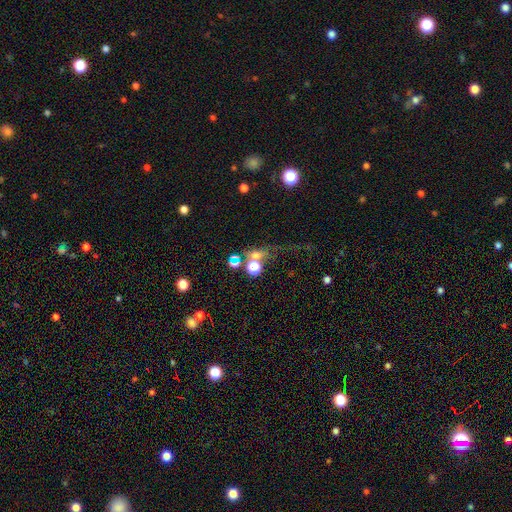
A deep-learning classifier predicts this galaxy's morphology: The model was most divided on "smooth or featured": smooth: 44%, star or artifact: 39%, featured or disk: 17%. Remaining: merging — none (46%).